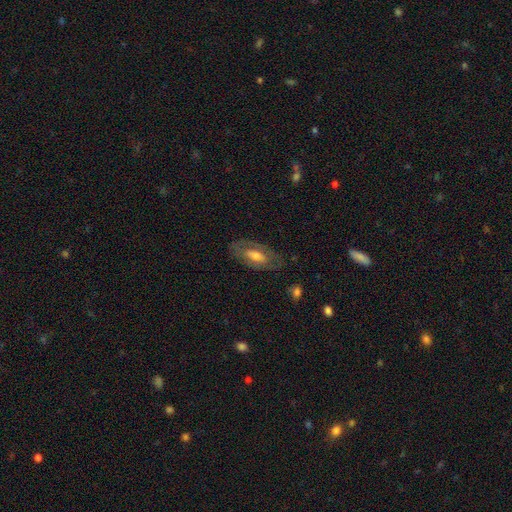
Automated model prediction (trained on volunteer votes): Smooth or featured?
  - featured or disk: 51% *
  - smooth: 42%
  - star or artifact: 7%
Edge-on disk?
  - no: 85% *
  - yes: 15%
Merging?
  - none: 74% *
  - minor disturbance: 17%
  - major disturbance: 8%
  - merger: 1%